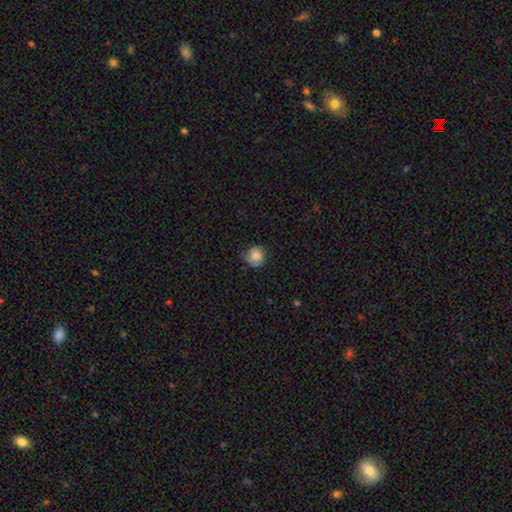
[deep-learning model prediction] Smooth or featured: smooth — 70% (featured or disk — 21%)
How rounded: round — 81% (in between — 18%)
Merging: none — 54% (minor disturbance — 31%)